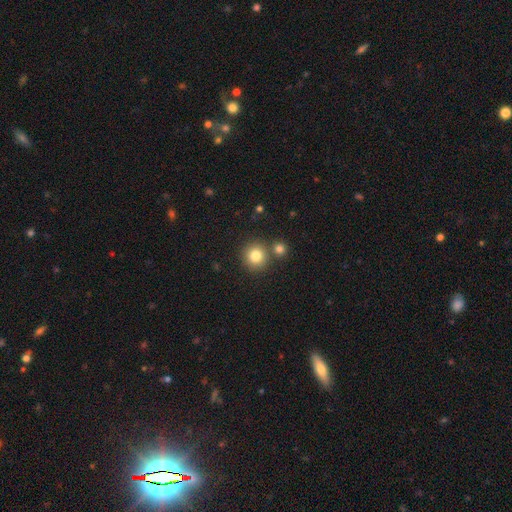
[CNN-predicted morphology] The model was most divided on "merging": none: 76%, merger: 15%, minor disturbance: 7%, major disturbance: 2%. More confident: how rounded — round (92%); smooth or featured — smooth (81%).